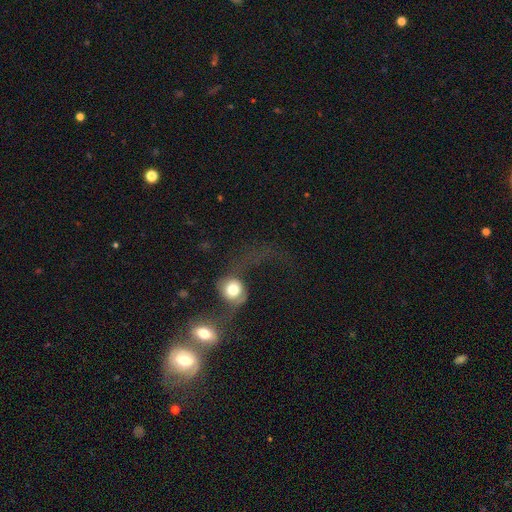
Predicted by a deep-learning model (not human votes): A featured or disk galaxy (39%, tied with smooth).

Vote fractions:
- Smooth or featured? featured or disk: 39% (tied) / smooth: 39% (tied) / star or artifact: 22%
- Merging? merger: 45% / major disturbance: 28% / none: 18% / minor disturbance: 9%